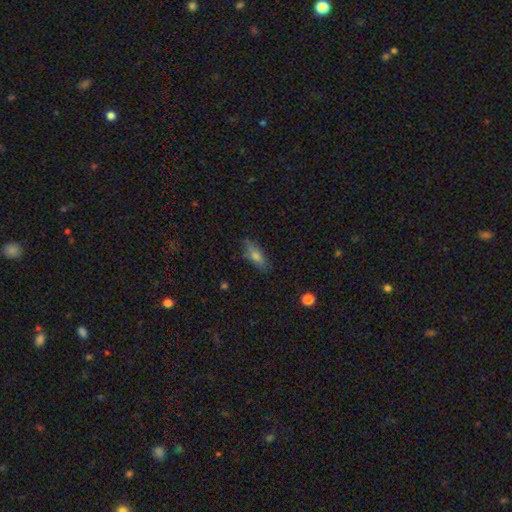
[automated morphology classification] Smooth or featured? smooth (66%)
How rounded? in between (60%)
Merging? none (81%)